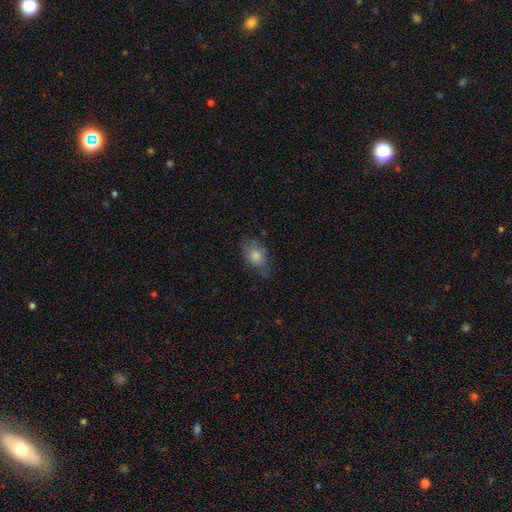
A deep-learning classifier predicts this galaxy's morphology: Q: Smooth or featured?
A: smooth (74%); runner-up: featured or disk (17%)
Q: How rounded?
A: in between (82%); runner-up: round (15%)
Q: Merging?
A: none (55%); runner-up: minor disturbance (31%)